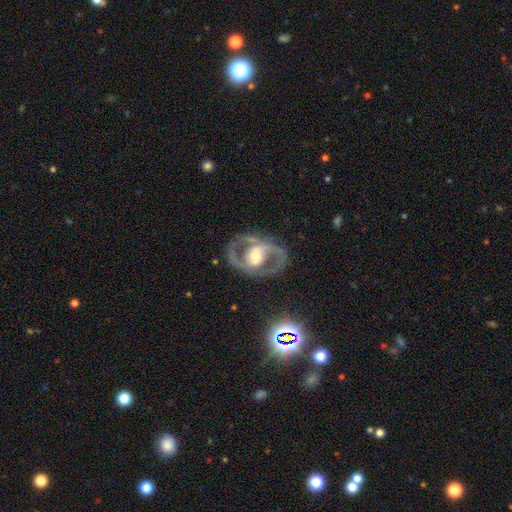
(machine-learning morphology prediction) Smooth or featured? featured or disk (82%)
Edge-on disk? no (95%)
Bar? no (34%, tied with weak)
Spiral arms? yes (70%)
Spiral winding? medium (54%)
Spiral arm count? 2 (85%)
Bulge size? moderate (64%)
Merging? none (75%)